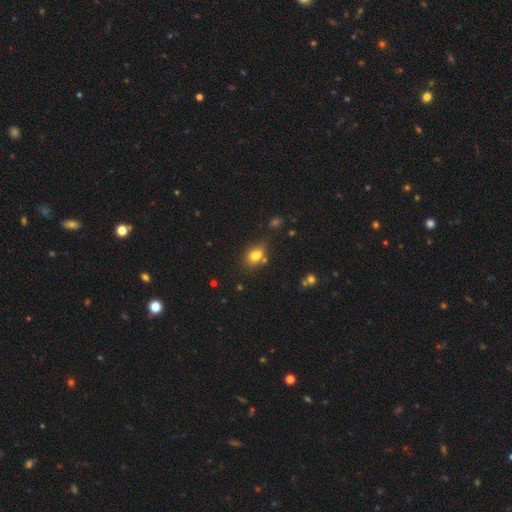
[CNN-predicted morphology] Smooth or featured?
  - smooth: 79% *
  - star or artifact: 11%
  - featured or disk: 9%
How rounded?
  - in between: 72% *
  - round: 26%
  - cigar-shaped: 2%
Merging?
  - none: 60% *
  - minor disturbance: 21%
  - merger: 14%
  - major disturbance: 6%